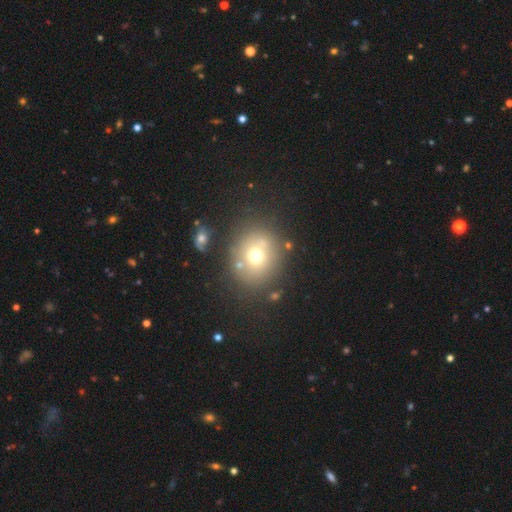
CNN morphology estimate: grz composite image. It shows a smooth galaxy with no disk features (66%) that is round (78%). Merging: none (76%).